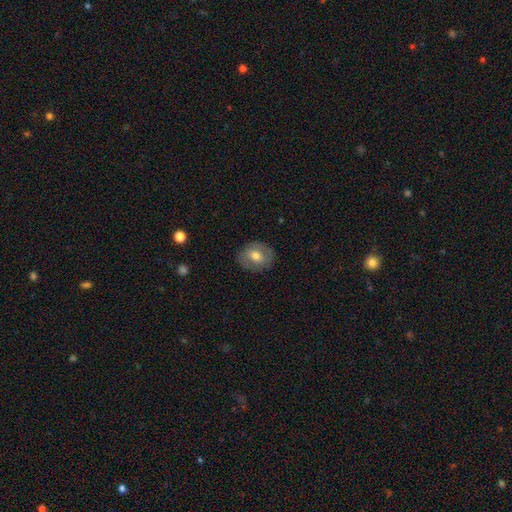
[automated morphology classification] Overall: smooth (61%; featured or disk 31%). How rounded: round (59%; in between 40%). Merging: none (84%).